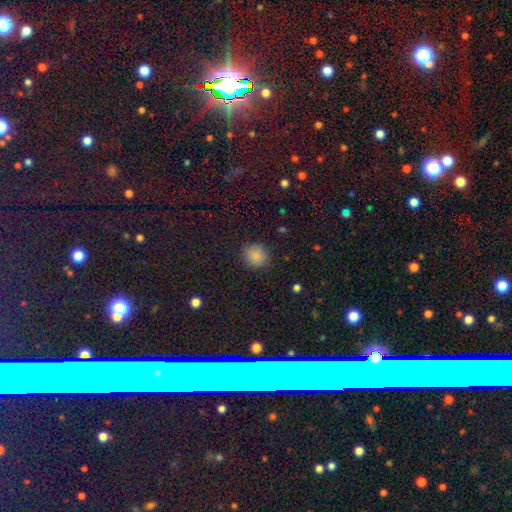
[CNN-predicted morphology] This appears to be a smooth galaxy with no disk features (82%) that is round (86%). Merging: none (85%).